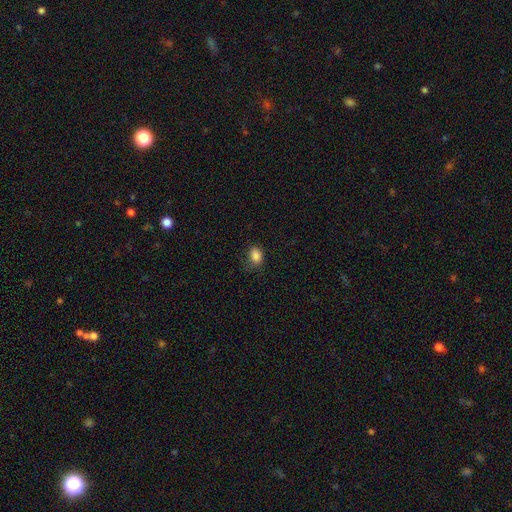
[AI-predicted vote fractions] Smooth or featured: smooth — 85% (star or artifact — 10%)
How rounded: in between — 68% (round — 31%)
Merging: none — 69% (minor disturbance — 23%)